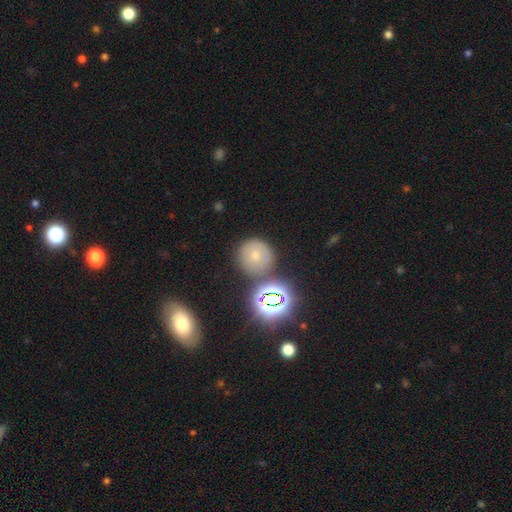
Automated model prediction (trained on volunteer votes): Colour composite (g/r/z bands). It shows a smooth galaxy with no disk features (61%) that is round (93%). Merging: none (75%).